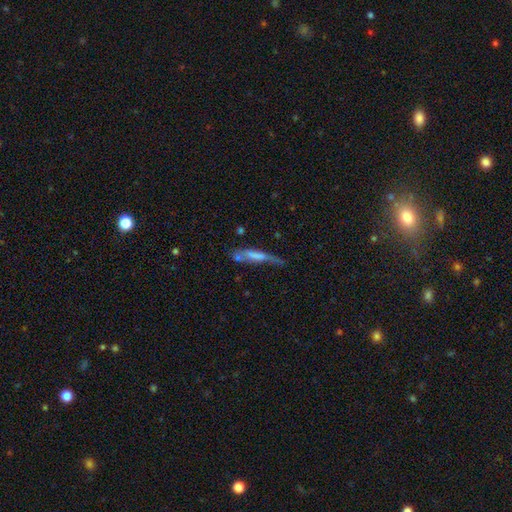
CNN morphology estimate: smooth-or-featured: smooth: 54% | featured or disk: 38% | star or artifact: 8%
  how-rounded: cigar-shaped: 85% | in between: 13% | round: 2%
  merging: none: 39% | minor disturbance: 30% | major disturbance: 20% | merger: 11%